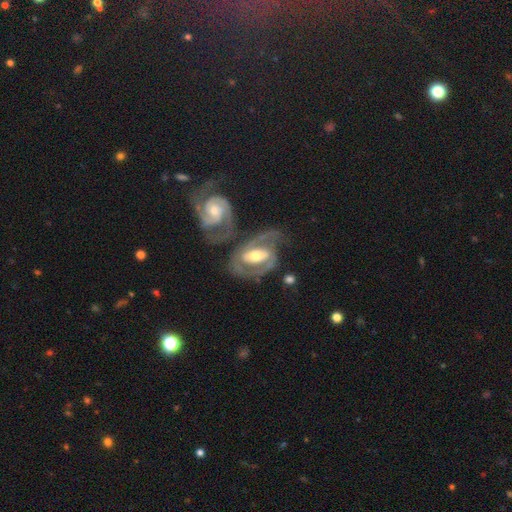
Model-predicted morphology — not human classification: Smooth or featured: featured or disk — 81% (smooth — 14%)
Edge-on disk: no — 96% (yes — 4%)
Bar: weak — 35% (strong — 33%)
Spiral arms: yes — 82% (no — 18%)
Spiral winding: medium — 44% (tight — 42%)
Spiral arm count: 2 — 74% (can't tell — 11%)
Bulge size: moderate — 67% (small — 17%)
Merging: none — 44% (merger — 22%)